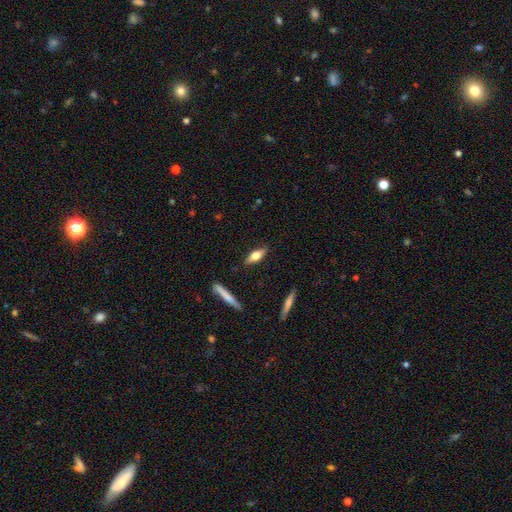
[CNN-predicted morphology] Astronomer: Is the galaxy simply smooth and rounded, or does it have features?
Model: smooth — 64%.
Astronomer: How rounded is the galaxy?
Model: in between — 58% (runner-up: cigar-shaped, 39%).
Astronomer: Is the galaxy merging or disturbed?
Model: none — 85%.